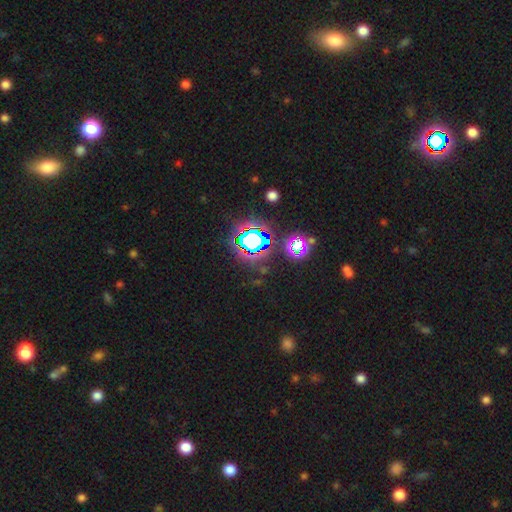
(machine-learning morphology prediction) Smooth or featured? star or artifact (79%)